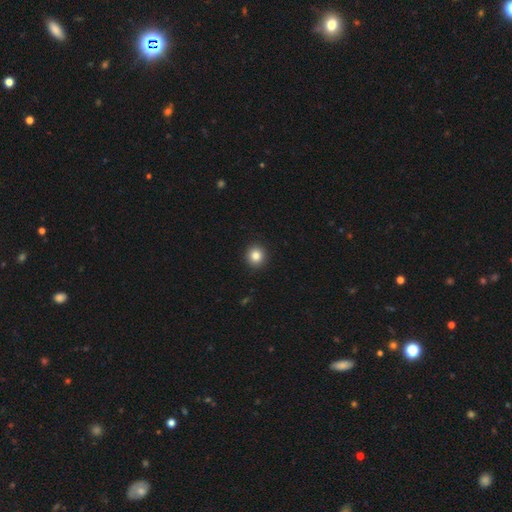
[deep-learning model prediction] smooth-or-featured: smooth: 84% | star or artifact: 10% | featured or disk: 6%
  how-rounded: round: 92% | in between: 7% | cigar-shaped: 1%
  merging: none: 93% | minor disturbance: 5% | major disturbance: 2% | merger: 1%